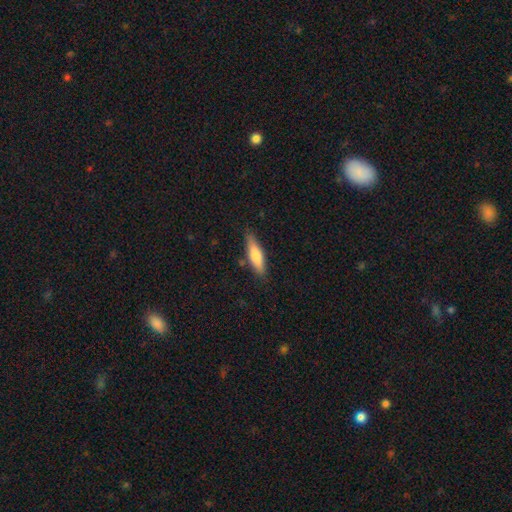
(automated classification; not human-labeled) smooth_or_featured: smooth (p=0.70) [alt: featured or disk p=0.24]
how_rounded: cigar-shaped (p=0.64) [alt: in between p=0.34]
merging: none (p=0.82) [alt: minor disturbance p=0.13]